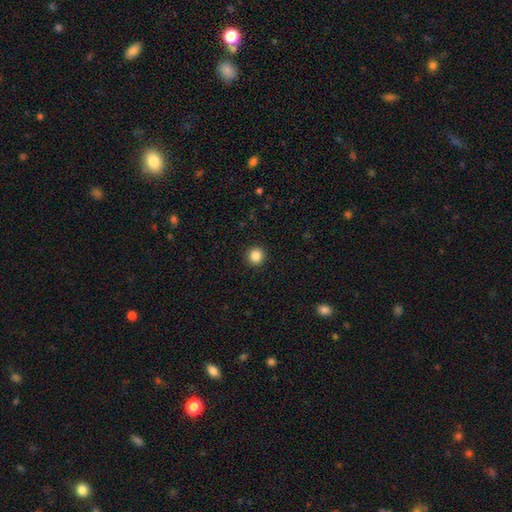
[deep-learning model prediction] This appears to be a smooth galaxy with no disk features (85%) that is round (94%). Merging: none (93%).